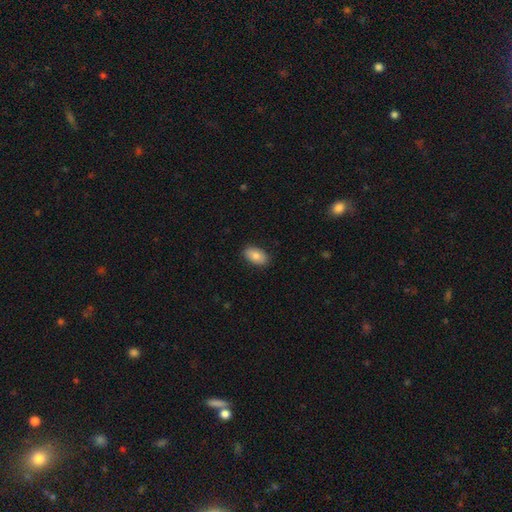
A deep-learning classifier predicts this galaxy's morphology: Smooth or featured?
  - smooth: 83% *
  - featured or disk: 10%
  - star or artifact: 7%
How rounded?
  - in between: 93% *
  - round: 6%
  - cigar-shaped: 2%
Merging?
  - none: 88% *
  - minor disturbance: 9%
  - major disturbance: 2%
  - merger: 1%